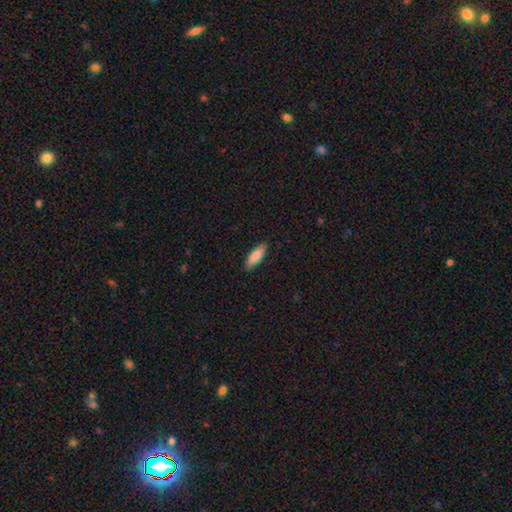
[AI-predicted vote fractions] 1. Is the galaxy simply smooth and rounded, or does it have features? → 86% smooth, 8% featured or disk, 6% star or artifact.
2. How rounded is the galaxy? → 61% in between, 37% cigar-shaped, 2% round.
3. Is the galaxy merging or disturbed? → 88% none, 9% minor disturbance, 2% major disturbance, 1% merger.